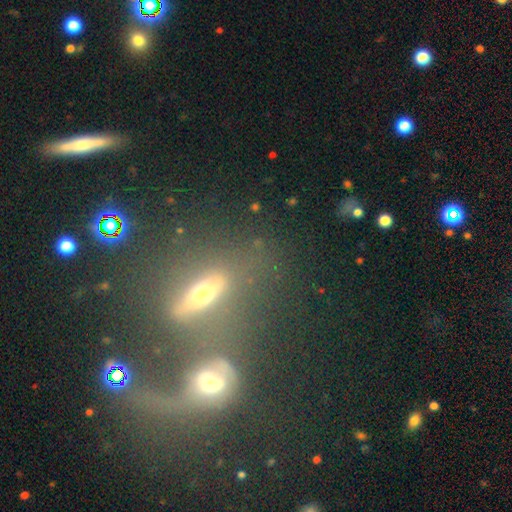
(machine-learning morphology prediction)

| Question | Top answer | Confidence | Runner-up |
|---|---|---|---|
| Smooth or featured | featured or disk | 41% | smooth (37%) |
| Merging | none | 41% | merger (35%) |